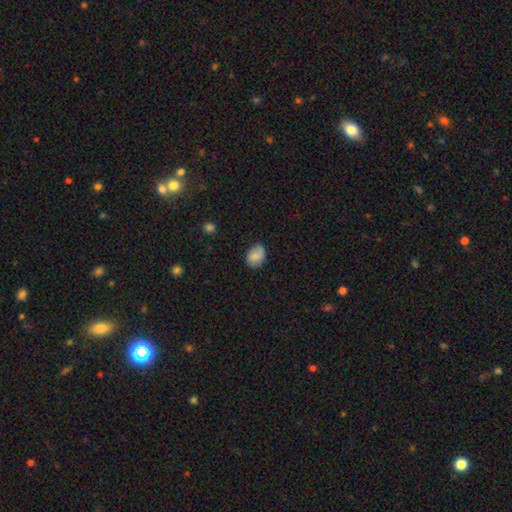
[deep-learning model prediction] smooth_or_featured: smooth (p=0.79) [alt: featured or disk p=0.13]
how_rounded: in between (p=0.64) [alt: round p=0.35]
merging: none (p=0.68) [alt: minor disturbance p=0.25]